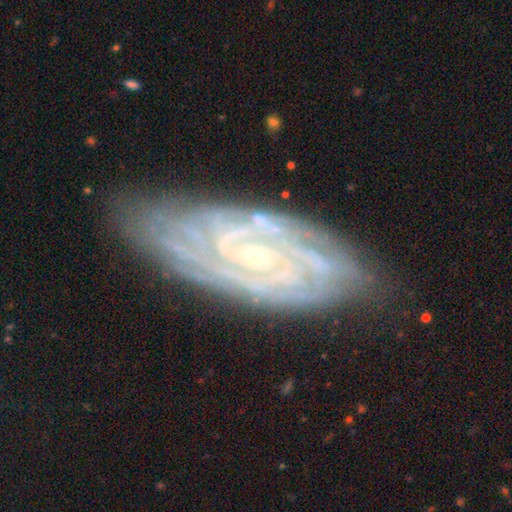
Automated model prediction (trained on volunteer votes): A featured or disk galaxy (87%) with no bar (55%), tight (79%) spiral arms (97%) and a small central bulge (77%).

Vote fractions:
- Smooth or featured? featured or disk: 87% / star or artifact: 7% / smooth: 6%
- Edge-on disk? no: 92% / yes: 8%
- Bar? no: 55% / weak: 32% / strong: 13%
- Spiral arms? yes: 97% / no: 3%
- Spiral winding? tight: 79% / medium: 18% / loose: 4%
- Spiral arm count? can't tell: 29% / 2: 22% / 3: 17% / 4: 14% / more than 4: 10% / 1: 8%
- Bulge size? small: 77% / moderate: 18% / none: 2% / large: 1% / dominant: 1%
- Merging? none: 78% / minor disturbance: 16% / major disturbance: 4% / merger: 2%